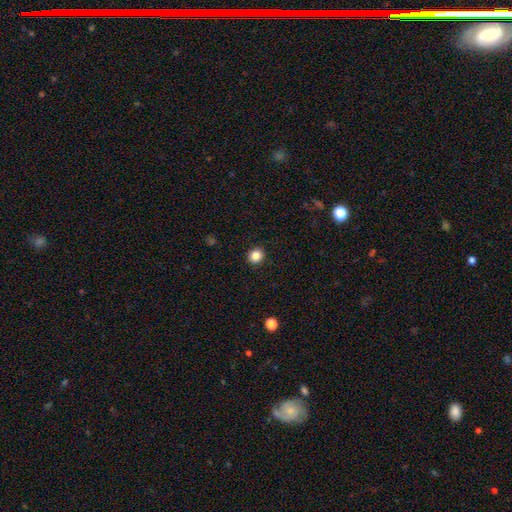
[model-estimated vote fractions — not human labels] smooth_or_featured: smooth (p=0.85) [alt: star or artifact p=0.11]
how_rounded: round (p=0.87) [alt: in between p=0.13]
merging: none (p=0.92) [alt: minor disturbance p=0.05]